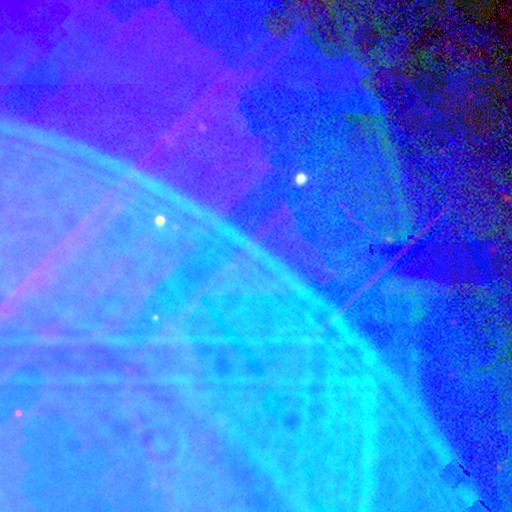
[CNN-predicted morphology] Q: Smooth or featured?
A: star or artifact (87%); runner-up: featured or disk (7%)